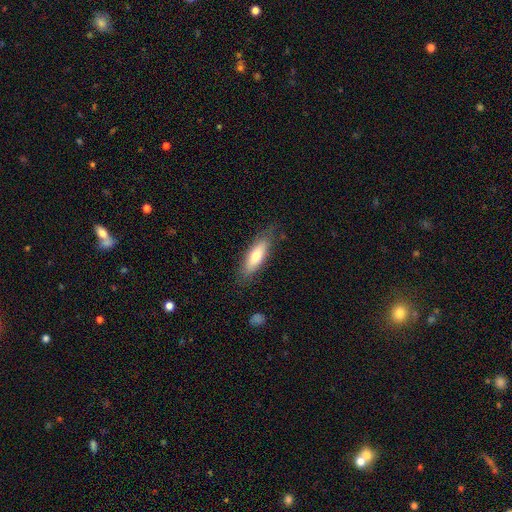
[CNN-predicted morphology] Overall: smooth (67%; featured or disk 27%). How rounded: in between (51%; cigar-shaped 47%). Merging: none (76%).